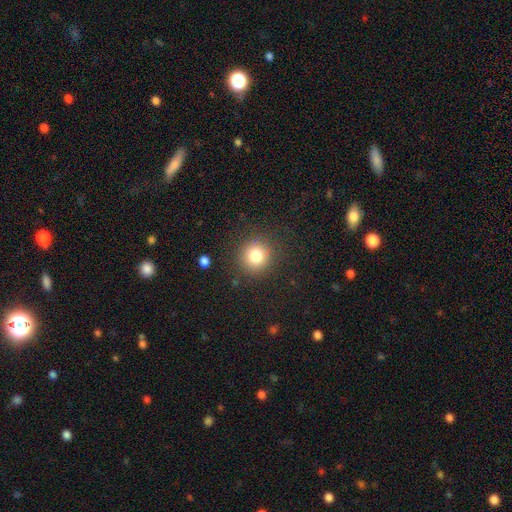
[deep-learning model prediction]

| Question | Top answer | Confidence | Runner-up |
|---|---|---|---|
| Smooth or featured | smooth | 80% | star or artifact (12%) |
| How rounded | round | 92% | in between (7%) |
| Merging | none | 87% | minor disturbance (8%) |